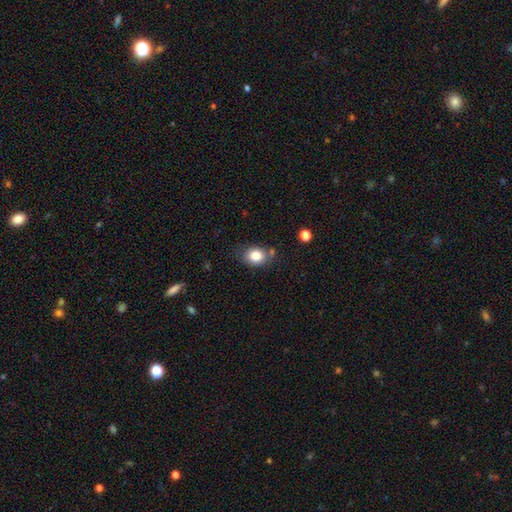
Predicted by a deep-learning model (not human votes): Morphology: type=smooth (83%); roundness=in between (56%); merging=none (70%).